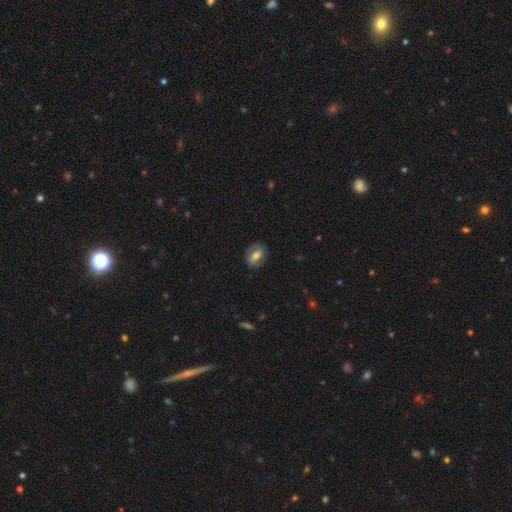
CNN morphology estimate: Smooth or featured? smooth (57%)
How rounded? in between (73%)
Merging? none (81%)